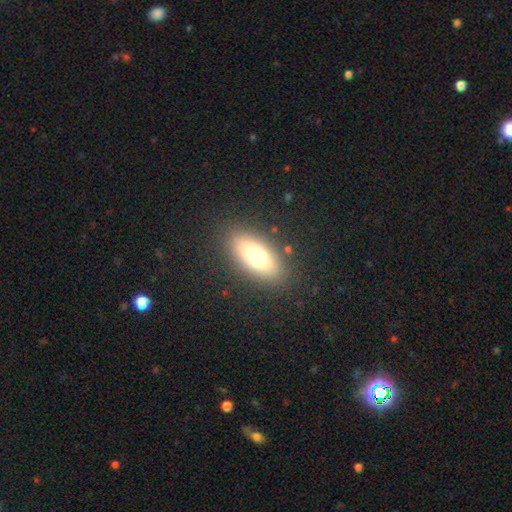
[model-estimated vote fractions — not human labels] This is likely a smooth galaxy (68%). How rounded: likely in between (79%). Merging: clearly none (86%).